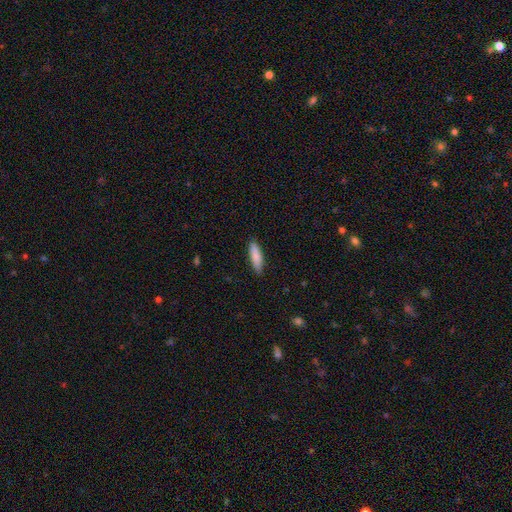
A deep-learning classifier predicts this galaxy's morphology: Smooth or featured?
  - smooth: 85% *
  - featured or disk: 9%
  - star or artifact: 6%
How rounded?
  - cigar-shaped: 65% *
  - in between: 34%
  - round: 1%
Merging?
  - none: 87% *
  - minor disturbance: 10%
  - major disturbance: 2%
  - merger: 1%